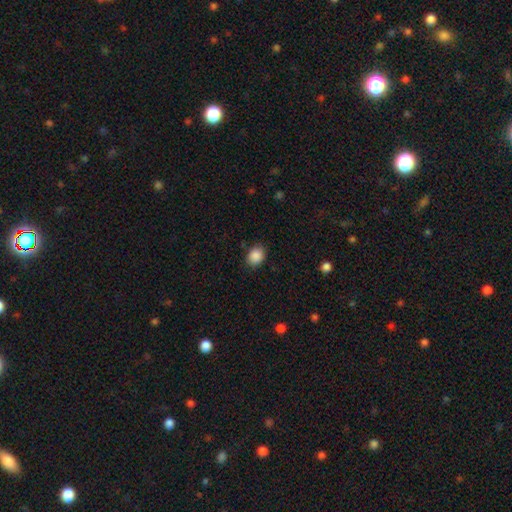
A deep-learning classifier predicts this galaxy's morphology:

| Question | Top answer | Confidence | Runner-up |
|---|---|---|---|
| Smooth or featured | smooth | 88% | star or artifact (9%) |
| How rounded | round | 52% | in between (47%) |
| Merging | none | 84% | minor disturbance (12%) |